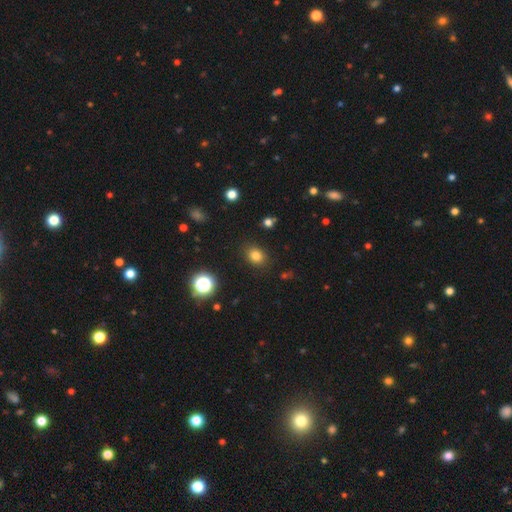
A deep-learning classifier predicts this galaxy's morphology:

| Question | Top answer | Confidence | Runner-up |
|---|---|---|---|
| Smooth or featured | smooth | 80% | star or artifact (15%) |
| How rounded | round | 56% | in between (43%) |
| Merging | none | 86% | minor disturbance (9%) |